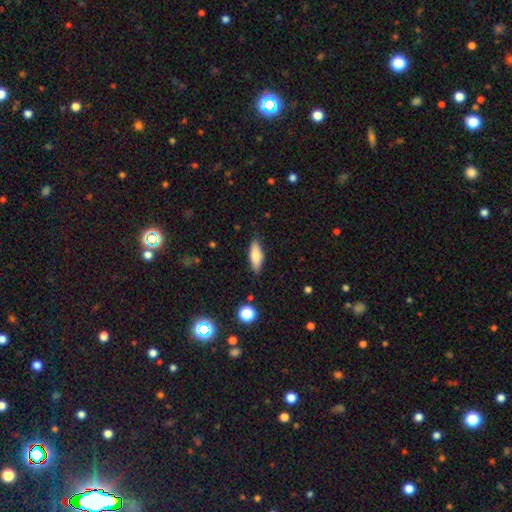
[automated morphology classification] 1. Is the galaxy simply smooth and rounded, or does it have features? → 75% smooth, 17% featured or disk, 7% star or artifact.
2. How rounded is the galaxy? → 60% in between, 38% cigar-shaped, 2% round.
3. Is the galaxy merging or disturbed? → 84% none, 12% minor disturbance, 3% major disturbance, 1% merger.